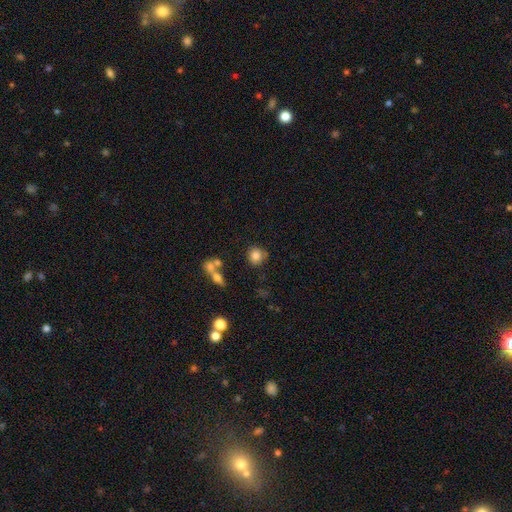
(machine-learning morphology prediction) Q: Smooth or featured?
A: smooth (81%); runner-up: star or artifact (11%)
Q: How rounded?
A: round (88%); runner-up: in between (11%)
Q: Merging?
A: none (74%); runner-up: minor disturbance (13%)